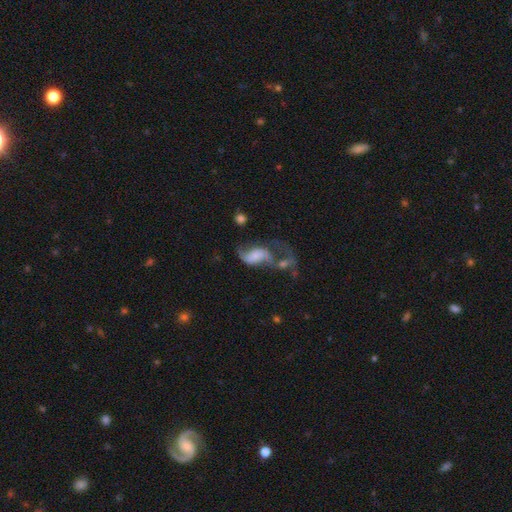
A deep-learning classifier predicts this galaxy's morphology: A featured or disk galaxy (63%) with no bar (57%), 2 (76%) loose (71%) spiral arms (82%) and a small central bulge (39%).

Vote fractions:
- Smooth or featured? featured or disk: 63% / smooth: 28% / star or artifact: 9%
- Edge-on disk? no: 96% / yes: 4%
- Bar? no: 57% / weak: 32% / strong: 11%
- Spiral arms? yes: 82% / no: 18%
- Spiral winding? loose: 71% / medium: 23% / tight: 6%
- Spiral arm count? 2: 76% / 1: 14% / can't tell: 7% / 3: 2% / 4: 1% / more than 4: 1%
- Bulge size? small: 39% / moderate: 26% / none: 22% / large: 10% / dominant: 3%
- Merging? merger: 38% / major disturbance: 32% / none: 18% / minor disturbance: 12%